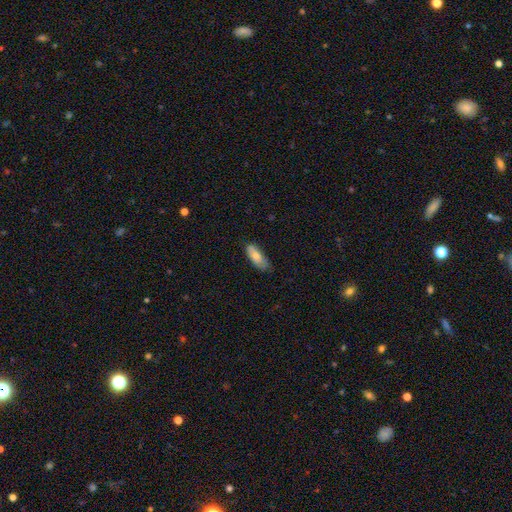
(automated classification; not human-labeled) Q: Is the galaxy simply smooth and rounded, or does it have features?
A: smooth — 74%.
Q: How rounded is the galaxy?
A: in between — 74%.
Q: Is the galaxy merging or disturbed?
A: none — 70%.